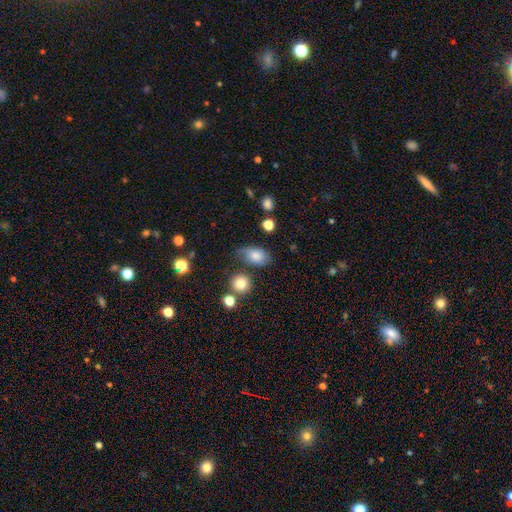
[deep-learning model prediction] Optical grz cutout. It shows a smooth galaxy with no disk features (75%) that is in between round and cigar-shaped (83%). Merging: none (49%).